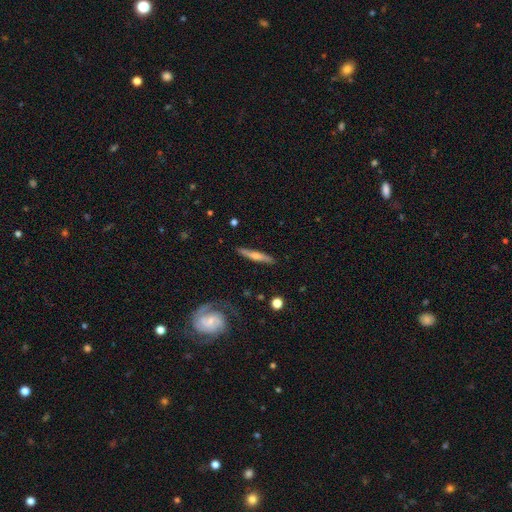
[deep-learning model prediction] Overall: featured or disk (64%; smooth 30%). Edge-on disk: yes (85%). Edge-on bulge: rounded (79%). Merging: none (85%).